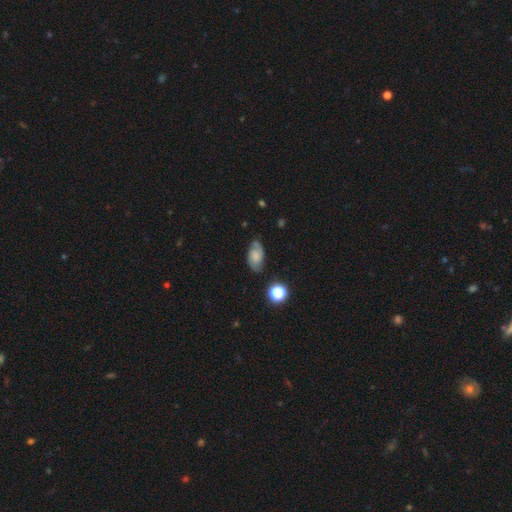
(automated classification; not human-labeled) smooth-or-featured: featured or disk: 45% | smooth: 43% | star or artifact: 12%
  merging: none: 70% | minor disturbance: 21% | major disturbance: 6% | merger: 3%